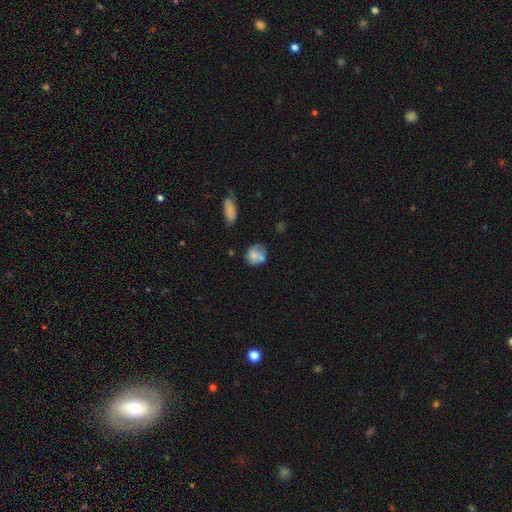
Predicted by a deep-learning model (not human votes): Smooth or featured? Predicted: smooth (p=0.67). How rounded? Predicted: round (p=0.67). Merging? Predicted: none (p=0.49).